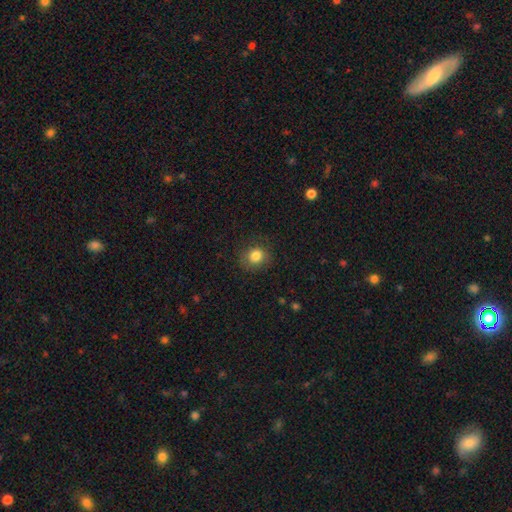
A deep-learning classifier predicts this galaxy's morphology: Smooth or featured? Predicted: smooth (p=0.82). How rounded? Predicted: round (p=0.77). Merging? Predicted: none (p=0.83).